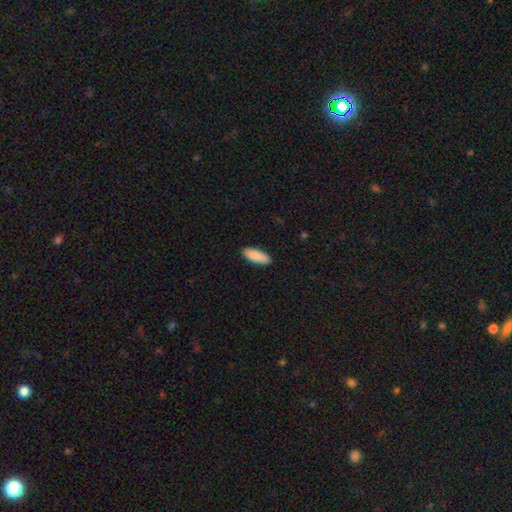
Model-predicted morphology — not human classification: Smooth or featured? Predicted: smooth (p=0.88). How rounded? Predicted: in between (p=0.68). Merging? Predicted: none (p=0.88).